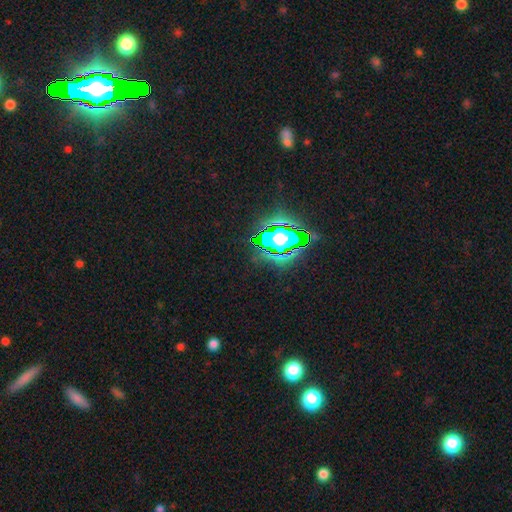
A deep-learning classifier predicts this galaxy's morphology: Smooth or featured?
  - star or artifact: 82% *
  - smooth: 11%
  - featured or disk: 8%